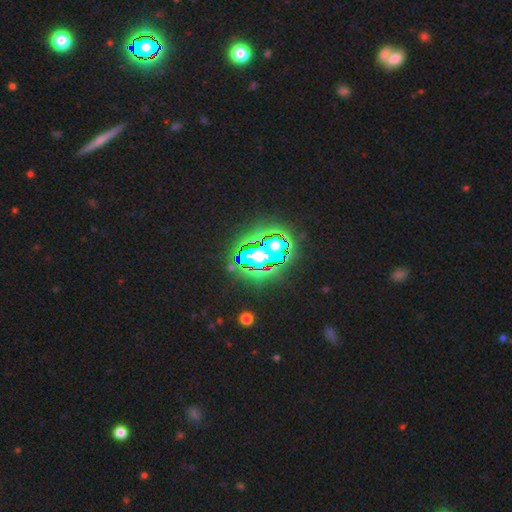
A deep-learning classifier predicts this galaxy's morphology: A star or artifact, not a galaxy (70%).

Vote fractions:
- Smooth or featured? star or artifact: 70% / smooth: 16% / featured or disk: 14%